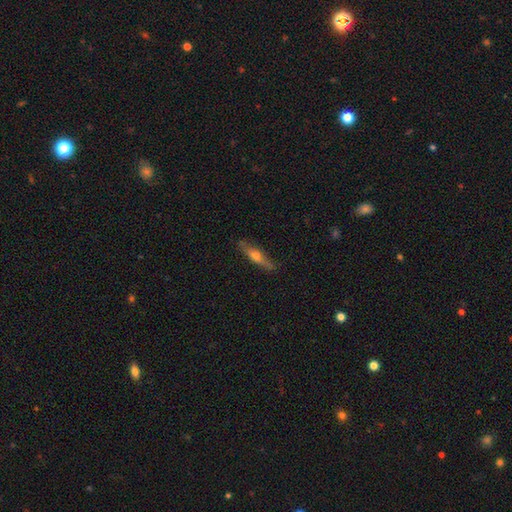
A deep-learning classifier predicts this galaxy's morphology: Overall: featured or disk (59%; smooth 35%). Edge-on disk: yes (94%). Edge-on bulge: rounded (92%). Merging: none (85%).